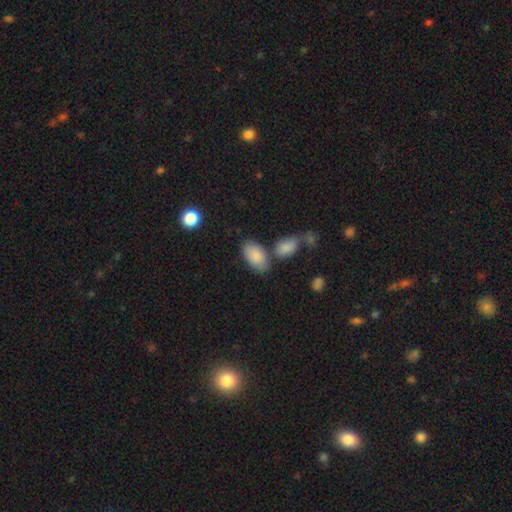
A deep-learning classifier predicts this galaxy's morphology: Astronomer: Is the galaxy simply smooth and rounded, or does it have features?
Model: smooth — 86%.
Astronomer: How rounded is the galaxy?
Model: in between — 94%.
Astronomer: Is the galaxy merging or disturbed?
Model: none — 61%.